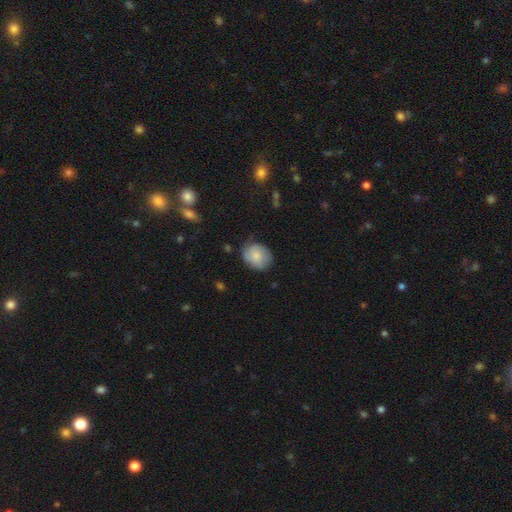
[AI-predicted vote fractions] Q: Smooth or featured?
A: smooth (74%); runner-up: featured or disk (19%)
Q: How rounded?
A: round (54%); runner-up: in between (45%)
Q: Merging?
A: none (70%); runner-up: minor disturbance (23%)